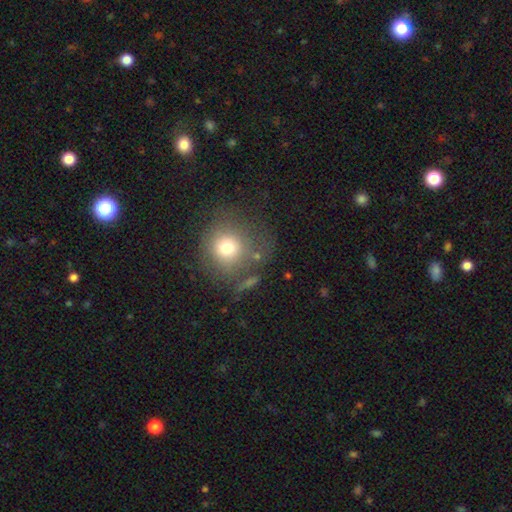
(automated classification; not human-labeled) Q: Smooth or featured?
A: smooth (69%); runner-up: star or artifact (18%)
Q: How rounded?
A: round (90%); runner-up: in between (9%)
Q: Merging?
A: none (66%); runner-up: minor disturbance (17%)